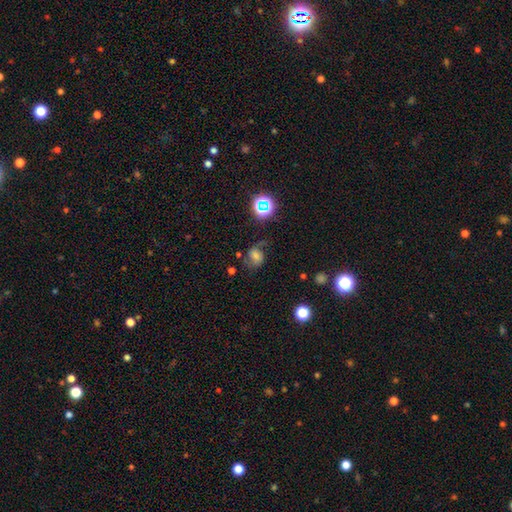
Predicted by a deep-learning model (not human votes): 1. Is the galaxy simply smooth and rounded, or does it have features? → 40% smooth, 39% featured or disk, 20% star or artifact.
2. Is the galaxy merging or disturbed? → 50% none, 24% minor disturbance, 21% major disturbance, 5% merger.